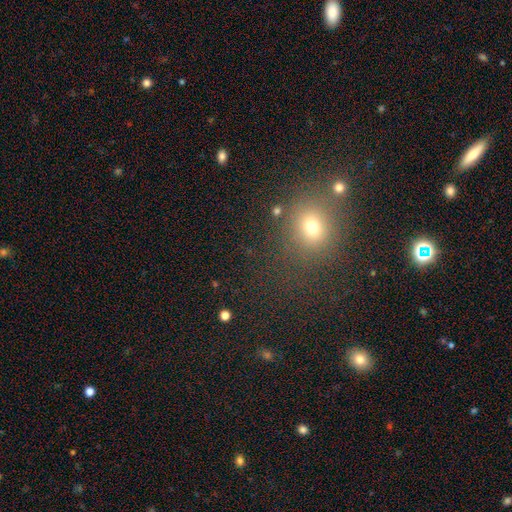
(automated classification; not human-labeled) A smooth galaxy with no disk features (57%) that is round (71%).

Vote fractions:
- Smooth or featured? smooth: 57% / star or artifact: 34% / featured or disk: 9%
- How rounded? round: 71% / in between: 27% / cigar-shaped: 2%
- Merging? none: 79% / minor disturbance: 11% / major disturbance: 5% / merger: 5%